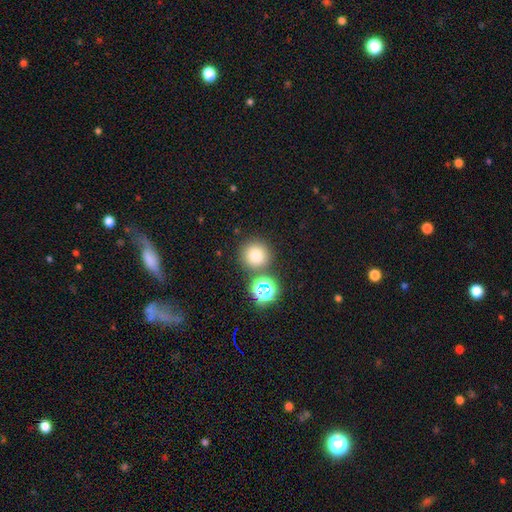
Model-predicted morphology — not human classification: Smooth or featured?
  - smooth: 74% *
  - star or artifact: 18%
  - featured or disk: 7%
How rounded?
  - round: 93% *
  - in between: 6%
  - cigar-shaped: 1%
Merging?
  - none: 76% *
  - merger: 13%
  - minor disturbance: 7%
  - major disturbance: 3%